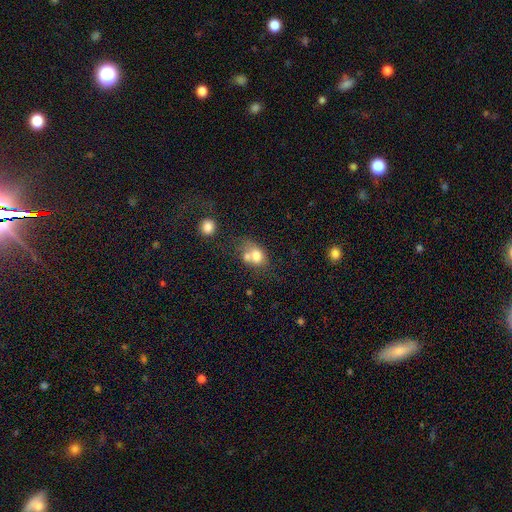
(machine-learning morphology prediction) Smooth or featured?
  - smooth: 72% *
  - featured or disk: 18%
  - star or artifact: 10%
How rounded?
  - in between: 59% *
  - round: 39%
  - cigar-shaped: 1%
Merging?
  - merger: 48% *
  - none: 30%
  - minor disturbance: 14%
  - major disturbance: 8%